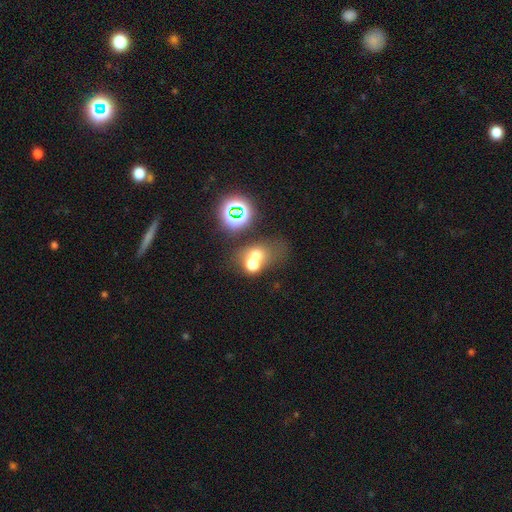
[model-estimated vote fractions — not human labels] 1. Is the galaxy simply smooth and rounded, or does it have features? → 58% smooth, 24% star or artifact, 18% featured or disk.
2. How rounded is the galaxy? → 63% round, 35% in between, 1% cigar-shaped.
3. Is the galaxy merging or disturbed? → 50% merger, 35% none, 8% minor disturbance, 6% major disturbance.